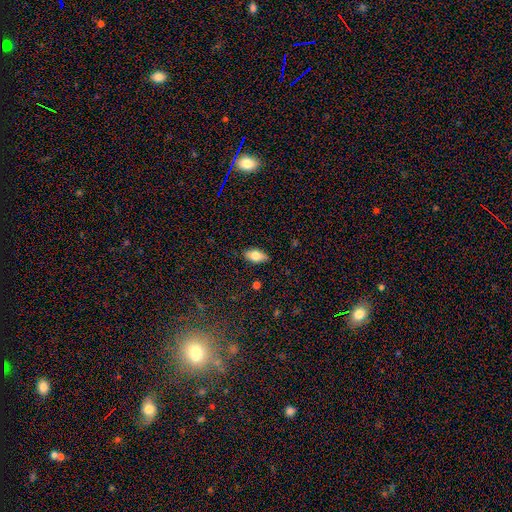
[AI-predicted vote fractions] Overall: smooth (77%). How rounded: in between (91%). Merging: none (86%).